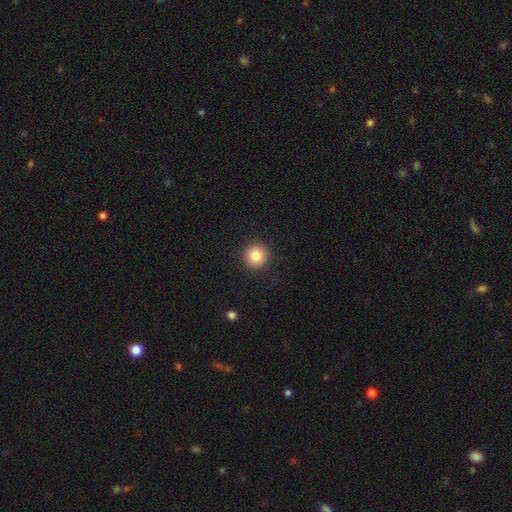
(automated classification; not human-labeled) smooth_or_featured: smooth (p=0.83) [alt: star or artifact p=0.10]
how_rounded: round (p=0.95) [alt: in between p=0.04]
merging: none (p=0.92) [alt: minor disturbance p=0.05]